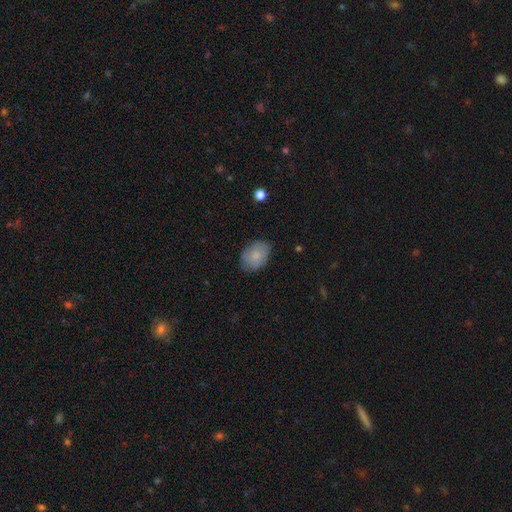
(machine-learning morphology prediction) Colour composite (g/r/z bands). It shows a smooth galaxy with no disk features (78%) that is in between round and cigar-shaped (80%). Merging: none (77%).